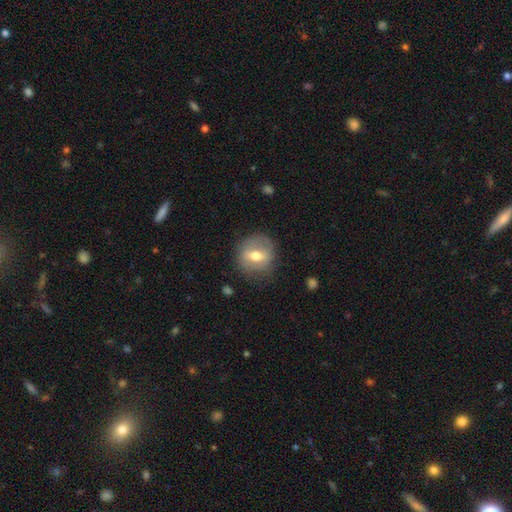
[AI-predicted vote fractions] smooth_or_featured: smooth (p=0.48) [alt: featured or disk p=0.45]
merging: none (p=0.76) [alt: minor disturbance p=0.16]